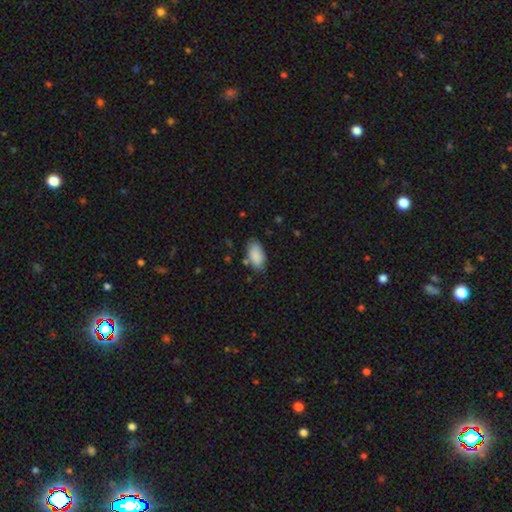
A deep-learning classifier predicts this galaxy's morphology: A smooth galaxy with no disk features (87%) that is in between round and cigar-shaped (93%).

Vote fractions:
- Smooth or featured? smooth: 87% / star or artifact: 7% / featured or disk: 6%
- How rounded? in between: 93% / cigar-shaped: 5% / round: 3%
- Merging? none: 75% / minor disturbance: 18% / major disturbance: 4% / merger: 3%